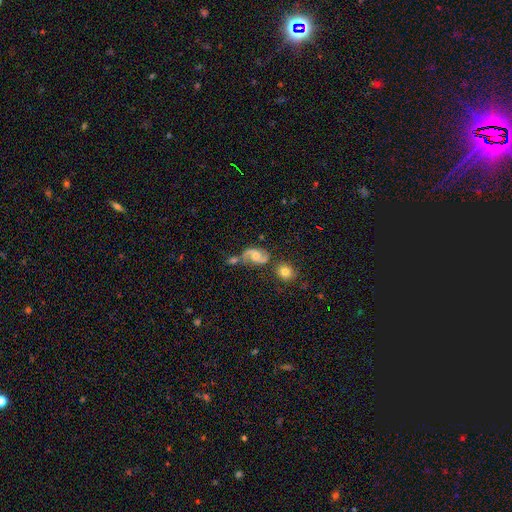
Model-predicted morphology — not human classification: Smooth or featured? featured or disk (79%)
Edge-on disk? no (98%)
Bar? no (55%)
Spiral arms? yes (95%)
Spiral winding? medium (44%)
Spiral arm count? 2 (91%)
Bulge size? moderate (52%)
Merging? none (45%)